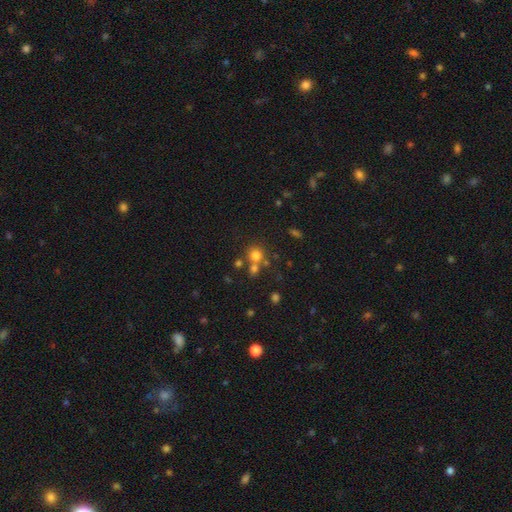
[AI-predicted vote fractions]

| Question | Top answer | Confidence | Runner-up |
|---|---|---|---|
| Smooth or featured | smooth | 74% | star or artifact (17%) |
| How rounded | round | 88% | in between (11%) |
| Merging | none | 57% | merger (31%) |